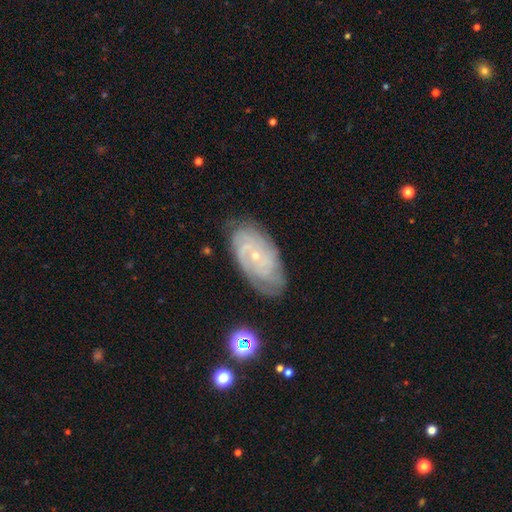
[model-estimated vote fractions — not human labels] The model was most divided on "spiral arm count": can't tell: 41%, 2: 21%, 3: 16%, 4: 12%, more than 4: 6%, 1: 5%. More confident: edge-on disk — no (95%); spiral arms — yes (93%); bulge size — small (82%); smooth or featured — featured or disk (79%); bar — no (76%); merging — none (74%); spiral winding — tight (72%).